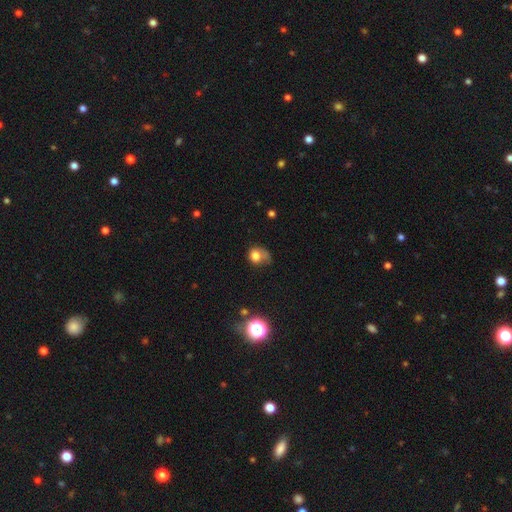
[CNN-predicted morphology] The model was most divided on "merging": none: 33%, minor disturbance: 31%, major disturbance: 30%, merger: 6%. More confident: smooth or featured — smooth (73%); how rounded — round (61%).